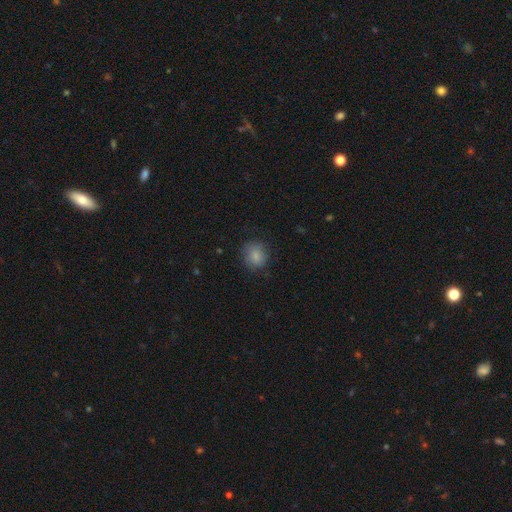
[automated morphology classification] A smooth galaxy with no disk features (84%) that is round (80%).

Vote fractions:
- Smooth or featured? smooth: 84% / star or artifact: 9% / featured or disk: 8%
- How rounded? round: 80% / in between: 19% / cigar-shaped: 1%
- Merging? none: 77% / minor disturbance: 17% / major disturbance: 5% / merger: 1%